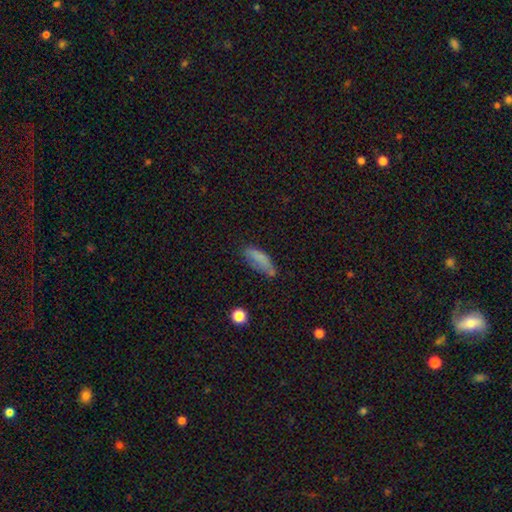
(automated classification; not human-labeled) This appears to be a smooth galaxy with no disk features (72%) that is in between round and cigar-shaped (50%). Merging: none (57%).